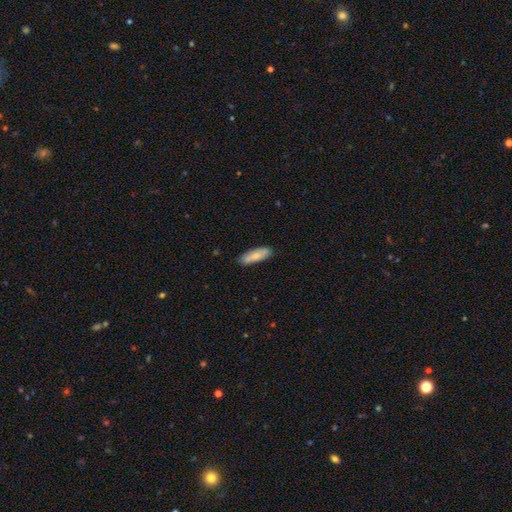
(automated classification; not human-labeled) Smooth or featured?
  - smooth: 76% *
  - featured or disk: 18%
  - star or artifact: 6%
How rounded?
  - in between: 57% *
  - cigar-shaped: 41%
  - round: 2%
Merging?
  - none: 82% *
  - minor disturbance: 15%
  - major disturbance: 2%
  - merger: 1%